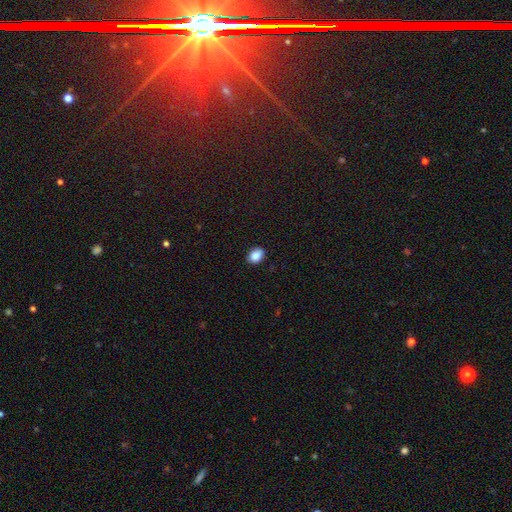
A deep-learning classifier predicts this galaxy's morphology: The model was most divided on "how rounded": in between: 72%, round: 27%, cigar-shaped: 1%. More confident: smooth or featured — smooth (87%); merging — none (85%).